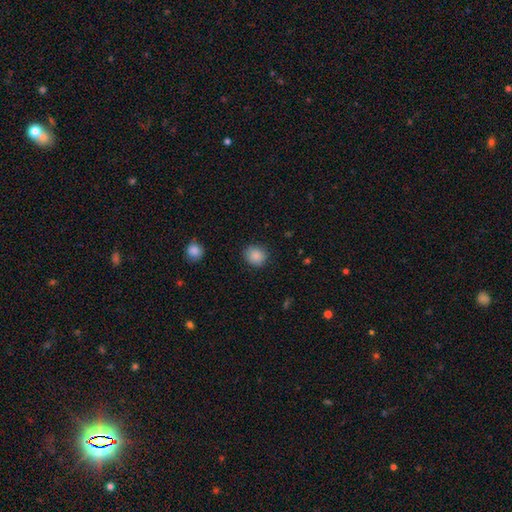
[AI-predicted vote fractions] Q: Smooth or featured?
A: smooth (87%); runner-up: star or artifact (9%)
Q: How rounded?
A: round (78%); runner-up: in between (21%)
Q: Merging?
A: none (86%); runner-up: minor disturbance (10%)